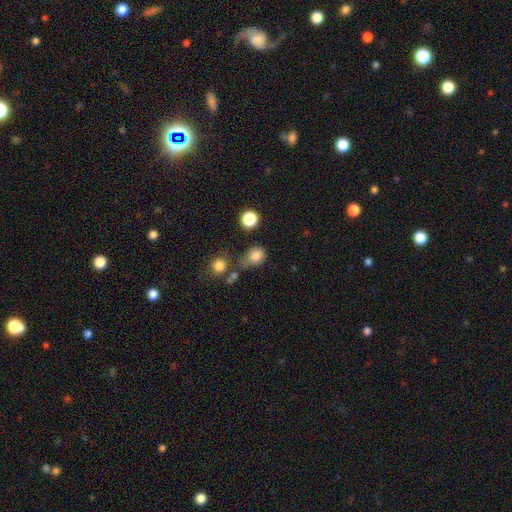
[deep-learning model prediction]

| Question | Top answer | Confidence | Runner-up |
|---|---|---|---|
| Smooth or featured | smooth | 81% | star or artifact (13%) |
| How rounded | round | 65% | in between (34%) |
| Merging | none | 52% | minor disturbance (23%) |